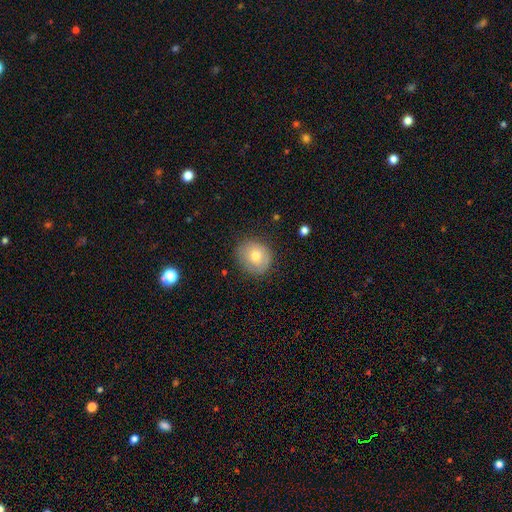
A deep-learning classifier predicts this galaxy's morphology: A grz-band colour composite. It shows a smooth galaxy with no disk features (72%) that is round (77%). Merging: none (80%).